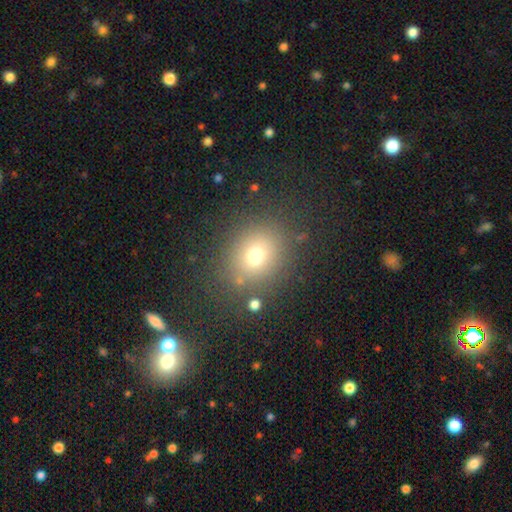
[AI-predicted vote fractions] This is likely a smooth galaxy (70%). How rounded: likely round (76%). Merging: clearly none (81%).